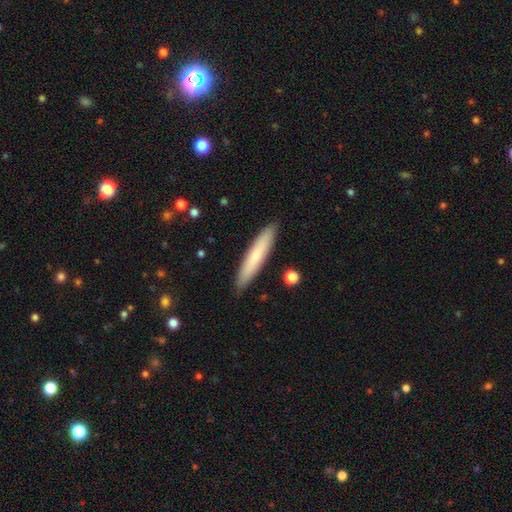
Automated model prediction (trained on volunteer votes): Q: Smooth or featured?
A: smooth (69%); runner-up: featured or disk (25%)
Q: How rounded?
A: cigar-shaped (92%); runner-up: in between (7%)
Q: Merging?
A: none (90%); runner-up: minor disturbance (7%)